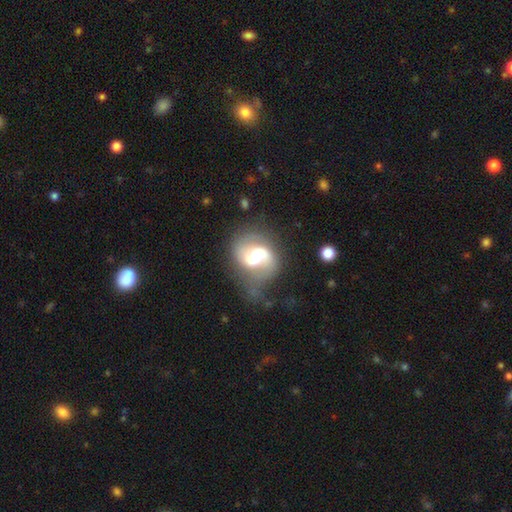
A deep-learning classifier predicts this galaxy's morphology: Overall: featured or disk (78%). Edge-on disk: no (98%). Bar: weak (47%; no 27%). Spiral arms: yes (92%). Spiral arm count: 2 (86%). Spiral winding: loose (52%; medium 38%). Bulge size: moderate (49%; large 24%). Merging: none (43%; major disturbance 26%).